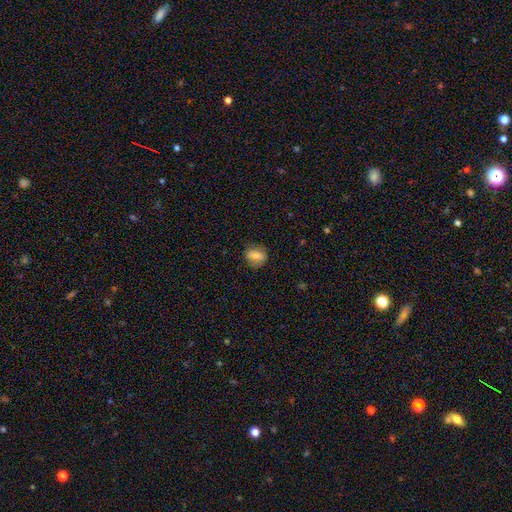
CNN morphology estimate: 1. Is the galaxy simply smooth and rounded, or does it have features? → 70% smooth, 21% featured or disk, 9% star or artifact.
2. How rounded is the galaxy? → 51% in between, 45% round, 4% cigar-shaped.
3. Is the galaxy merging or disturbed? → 81% none, 14% minor disturbance, 4% major disturbance, 1% merger.